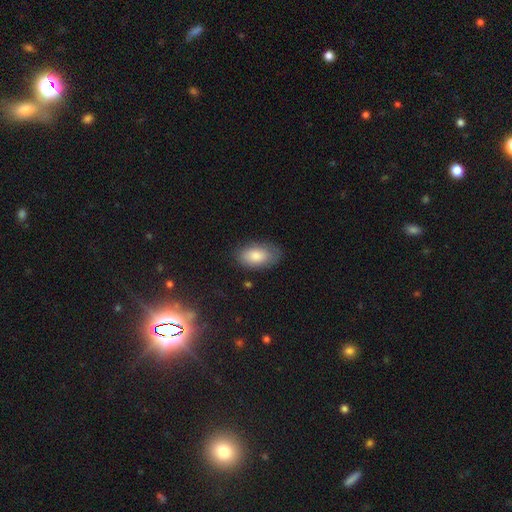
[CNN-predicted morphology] Overall: smooth (81%). How rounded: in between (92%). Merging: none (77%).